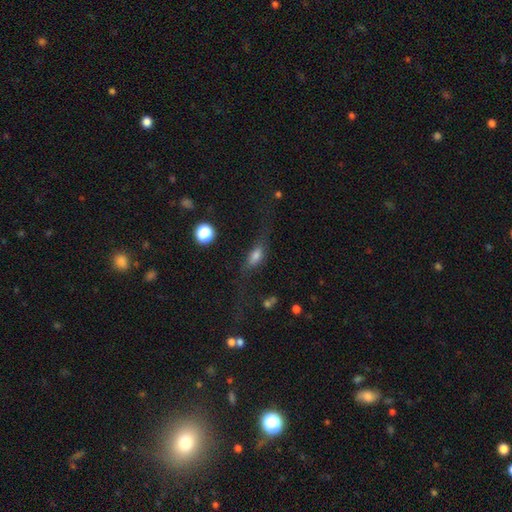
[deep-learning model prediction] Overall: smooth (59%; featured or disk 28%). How rounded: in between (62%; cigar-shaped 29%). Merging: none (50%; major disturbance 25%).